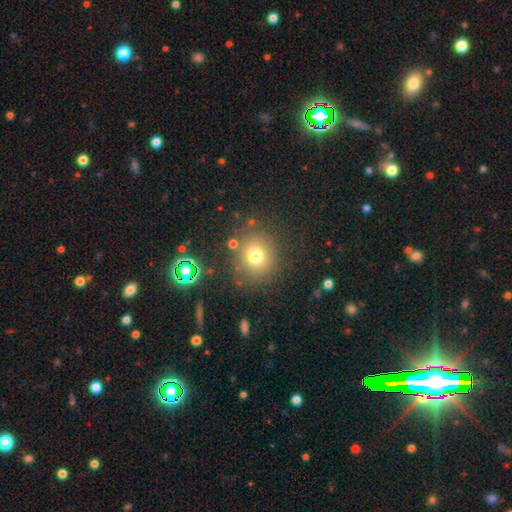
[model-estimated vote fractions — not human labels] This is likely a smooth galaxy (74%). How rounded: clearly round (86%). Merging: clearly none (83%).